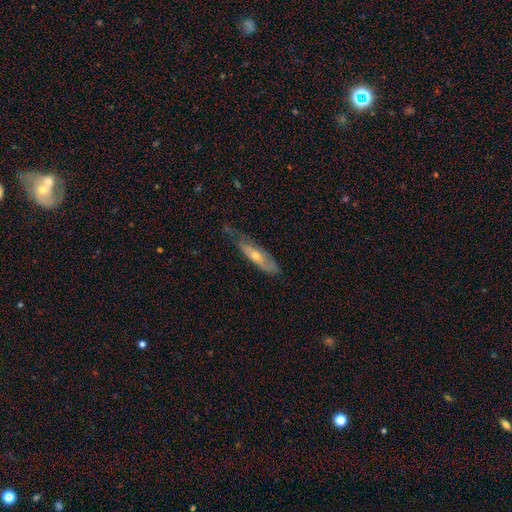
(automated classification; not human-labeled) Smooth or featured?
  - featured or disk: 52% *
  - smooth: 42%
  - star or artifact: 6%
Edge-on disk?
  - yes: 50% * (tied)
  - no: 50% * (tied)
Merging?
  - none: 57% *
  - minor disturbance: 33%
  - major disturbance: 9%
  - merger: 2%